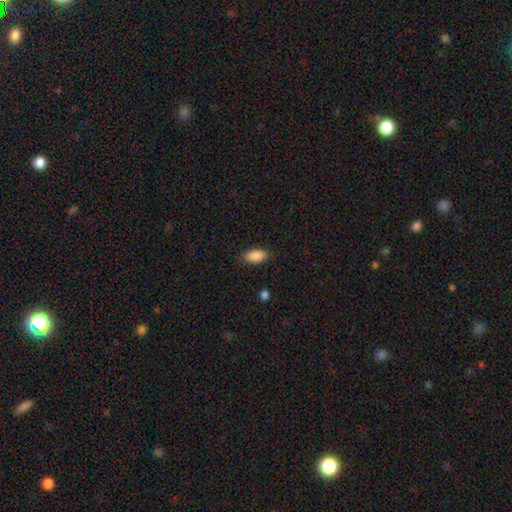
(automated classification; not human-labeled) smooth 89%, star or artifact 7%, featured or disk 4%. Down the decision tree: how rounded — in between (92%); merging — none (86%).